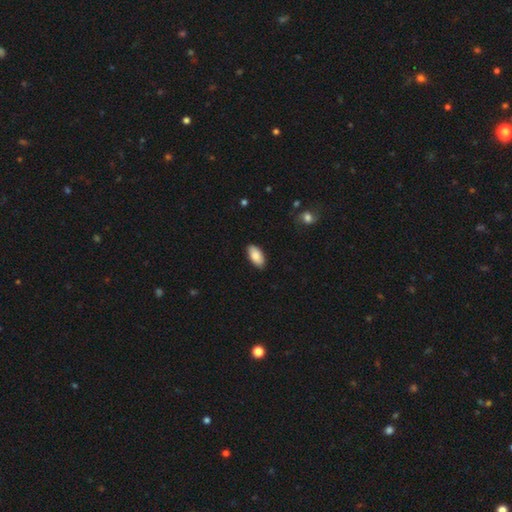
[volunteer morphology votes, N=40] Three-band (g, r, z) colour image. It shows a smooth galaxy with no disk features (85%) that is in between round and cigar-shaped (94%). Merging: none (97%).